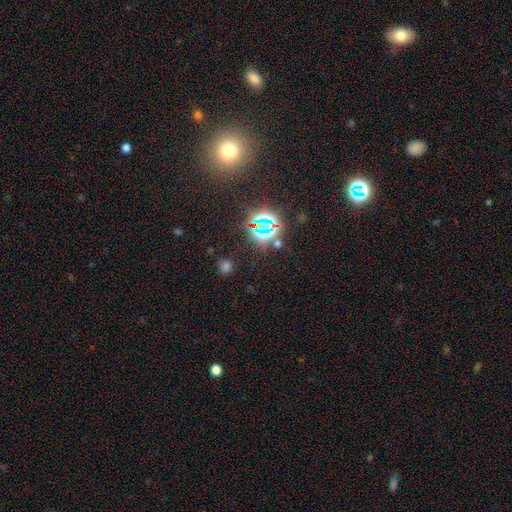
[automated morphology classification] A star or artifact, not a galaxy (62%).